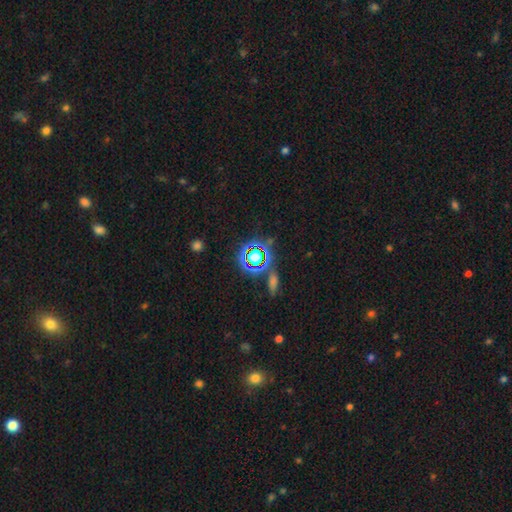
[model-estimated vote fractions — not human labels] This appears to be a star or artifact, not a galaxy (65%).